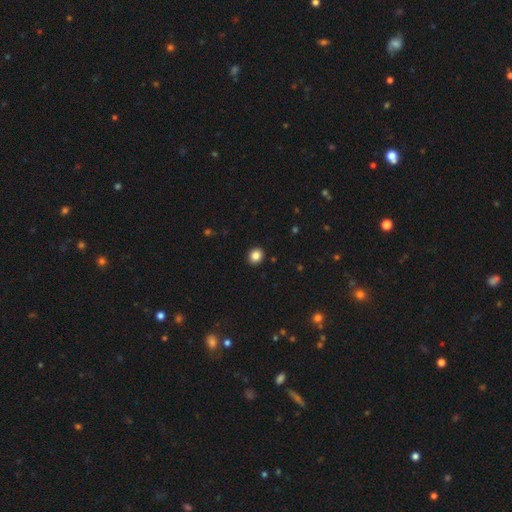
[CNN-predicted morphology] Overall: smooth (85%). How rounded: round (67%; in between 32%). Merging: none (92%).